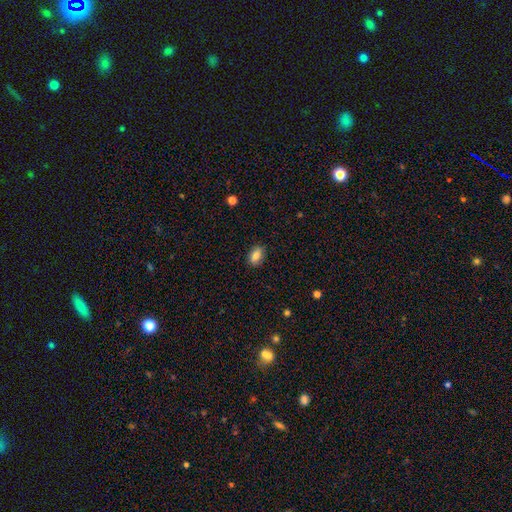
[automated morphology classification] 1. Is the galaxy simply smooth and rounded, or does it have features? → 80% smooth, 11% featured or disk, 8% star or artifact.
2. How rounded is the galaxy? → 87% in between, 11% round, 3% cigar-shaped.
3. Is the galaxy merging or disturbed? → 85% none, 12% minor disturbance, 2% major disturbance, 1% merger.